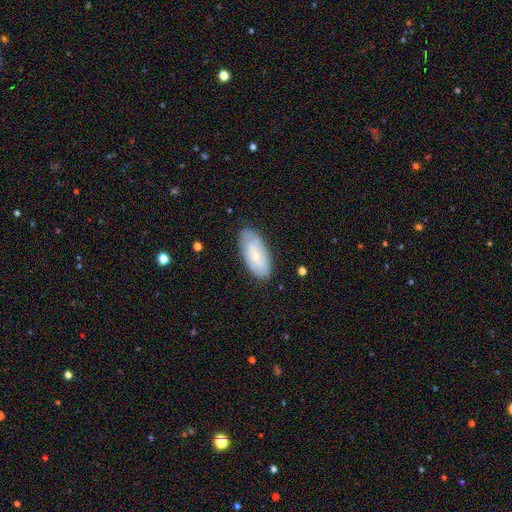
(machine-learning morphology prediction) Smooth or featured: smooth — 54% (featured or disk — 39%)
How rounded: in between — 90% (cigar-shaped — 7%)
Merging: none — 79% (minor disturbance — 17%)